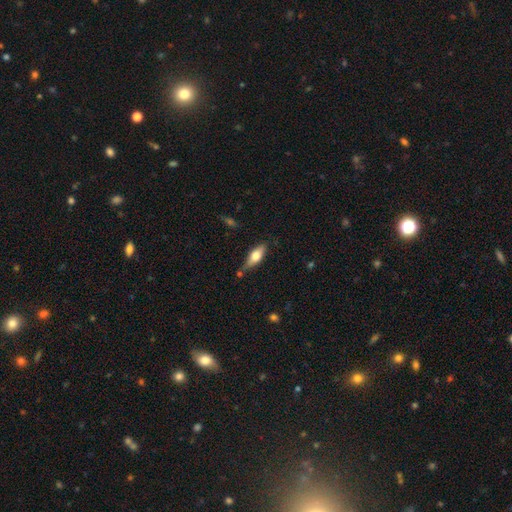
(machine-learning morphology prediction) Smooth or featured?
  - smooth: 62% *
  - featured or disk: 31%
  - star or artifact: 6%
How rounded?
  - in between: 65% *
  - cigar-shaped: 32%
  - round: 3%
Merging?
  - none: 67% *
  - minor disturbance: 22%
  - merger: 6%
  - major disturbance: 5%